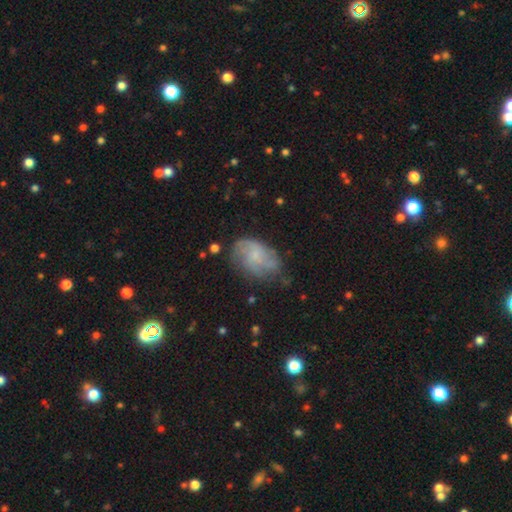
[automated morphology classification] smooth-or-featured: featured or disk: 64% | smooth: 28% | star or artifact: 9%
  disk-edge-on: no: 97% | yes: 3%
    bar: no: 74% | weak: 23% | strong: 3%
    has-spiral-arms: yes: 86% | no: 14%
      spiral-winding: medium: 43% | tight: 30% | loose: 27%
      spiral-arm-count: can't tell: 33% | 2: 24% | 3: 23% | 4: 9% | 1: 5% | more than 4: 5%
    bulge-size: small: 64% | none: 18% | moderate: 16% | large: 1% | dominant: 1%
  merging: none: 59% | minor disturbance: 26% | major disturbance: 12% | merger: 2%